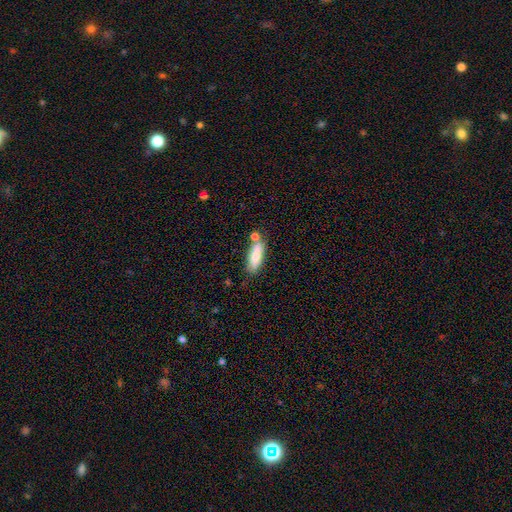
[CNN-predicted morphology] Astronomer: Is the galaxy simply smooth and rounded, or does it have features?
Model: smooth — 75%.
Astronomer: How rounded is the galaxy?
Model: in between — 55% (runner-up: cigar-shaped, 42%).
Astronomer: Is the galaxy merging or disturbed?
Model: none — 66%.